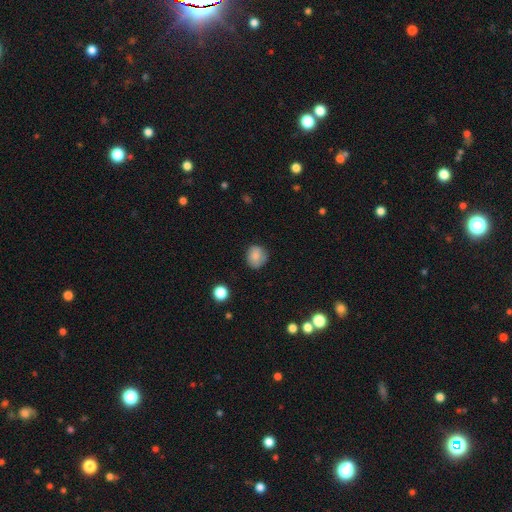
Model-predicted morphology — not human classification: smooth_or_featured: smooth (p=0.77) [alt: featured or disk p=0.15]
how_rounded: round (p=0.76) [alt: in between p=0.23]
merging: none (p=0.75) [alt: minor disturbance p=0.19]